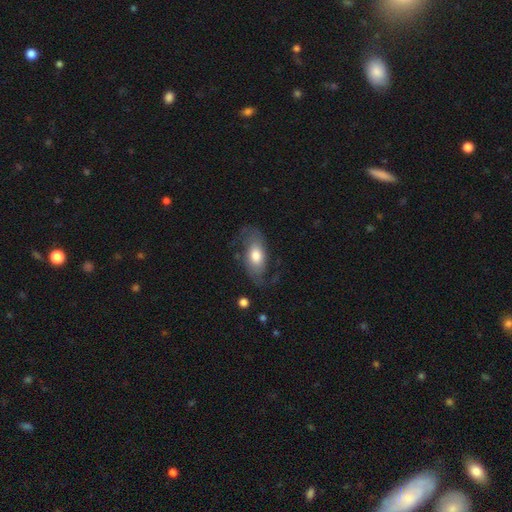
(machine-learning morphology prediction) The model was most divided on "spiral winding": loose: 53%, medium: 35%, tight: 12%. More confident: edge-on disk — no (93%); spiral arm count — 2 (88%); spiral arms — yes (86%); bar — no (66%); smooth or featured — featured or disk (63%); merging — none (61%); bulge size — moderate (55%).